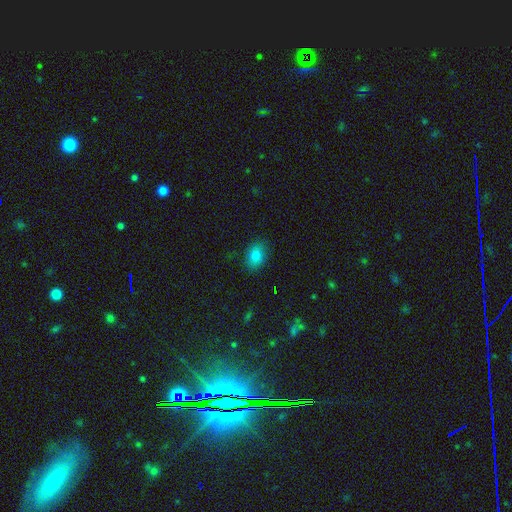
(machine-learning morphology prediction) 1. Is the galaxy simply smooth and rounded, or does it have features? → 81% smooth, 11% star or artifact, 8% featured or disk.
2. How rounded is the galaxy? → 71% in between, 27% round, 1% cigar-shaped.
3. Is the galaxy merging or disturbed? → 87% none, 10% minor disturbance, 2% major disturbance, 1% merger.